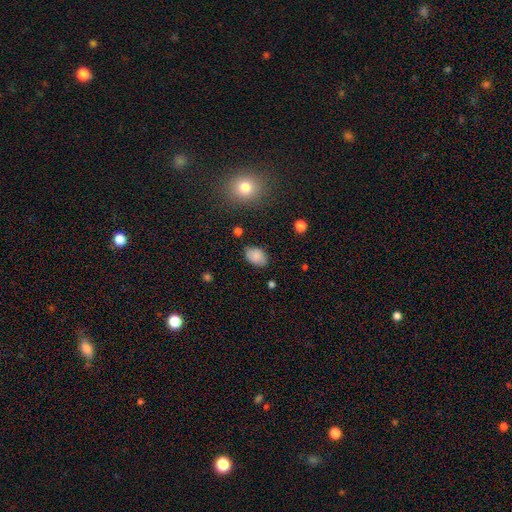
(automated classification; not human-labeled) A smooth galaxy with no disk features (84%) that is in between round and cigar-shaped (85%).

Vote fractions:
- Smooth or featured? smooth: 84% / star or artifact: 8% / featured or disk: 8%
- How rounded? in between: 85% / round: 14% / cigar-shaped: 1%
- Merging? none: 80% / minor disturbance: 15% / major disturbance: 3% / merger: 2%